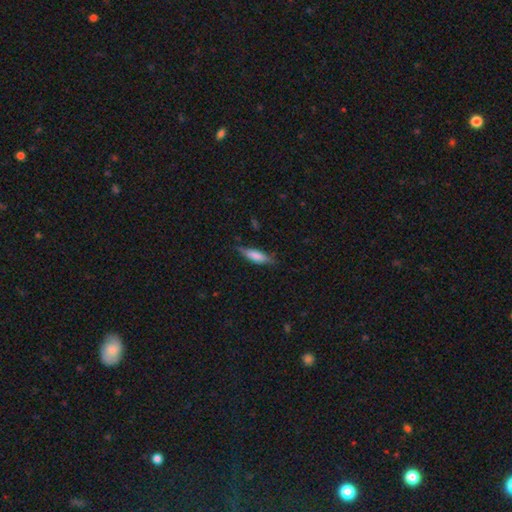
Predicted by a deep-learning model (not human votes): A smooth galaxy with no disk features (71%) that is cigar-shaped (54%).

Vote fractions:
- Smooth or featured? smooth: 71% / featured or disk: 22% / star or artifact: 6%
- How rounded? cigar-shaped: 54% / in between: 44% / round: 2%
- Merging? none: 72% / minor disturbance: 22% / major disturbance: 4% / merger: 2%